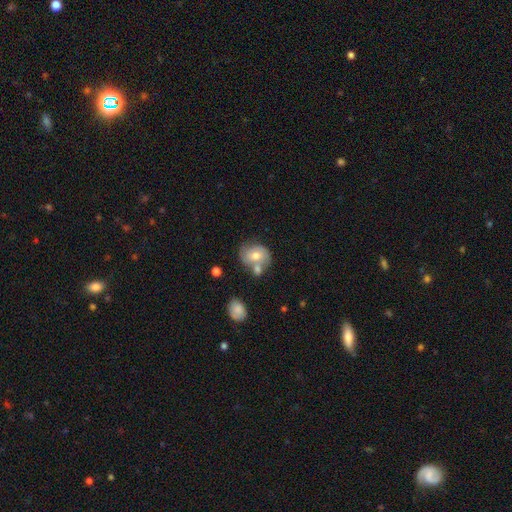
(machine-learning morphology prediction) The model was most divided on "merging": none: 42%, merger: 35%, minor disturbance: 17%, major disturbance: 7%. More confident: how rounded — round (60%); smooth or featured — smooth (51%).